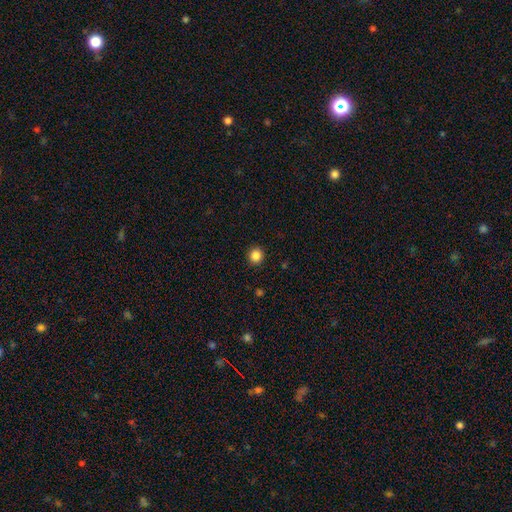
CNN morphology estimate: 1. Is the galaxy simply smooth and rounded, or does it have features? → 85% smooth, 11% star or artifact, 4% featured or disk.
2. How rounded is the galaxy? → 93% round, 6% in between, 1% cigar-shaped.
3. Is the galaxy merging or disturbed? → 92% none, 5% minor disturbance, 2% major disturbance, 1% merger.